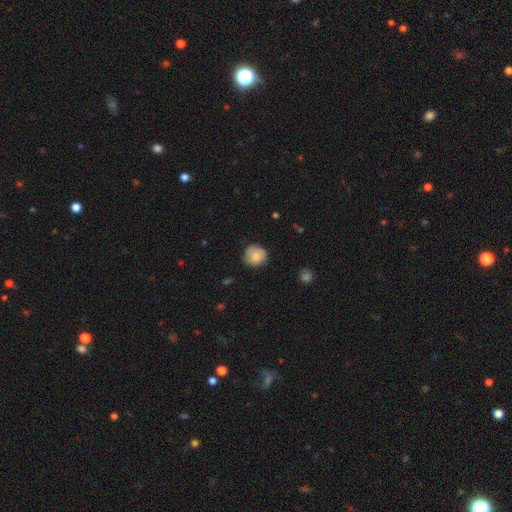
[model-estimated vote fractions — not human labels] This is clearly a smooth galaxy (81%). How rounded: clearly round (87%). Merging: likely none (76%).